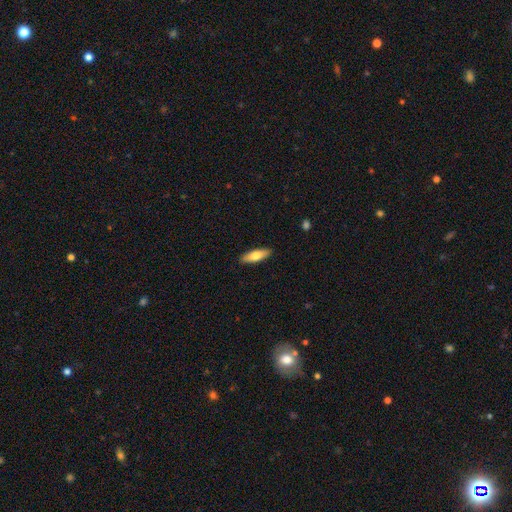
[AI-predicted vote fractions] Smooth or featured?
  - smooth: 74% *
  - featured or disk: 21%
  - star or artifact: 6%
How rounded?
  - in between: 55% *
  - cigar-shaped: 43%
  - round: 2%
Merging?
  - none: 89% *
  - minor disturbance: 8%
  - major disturbance: 2%
  - merger: 1%